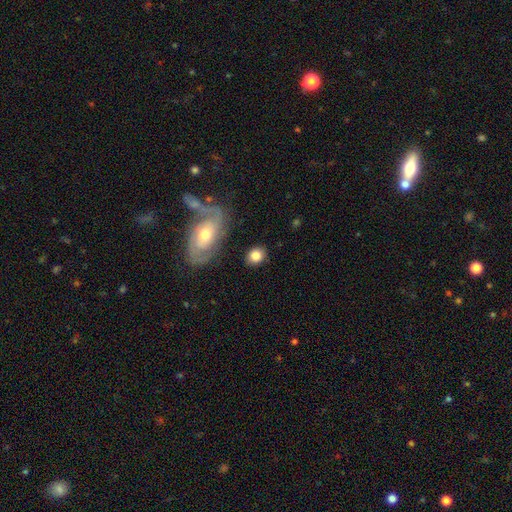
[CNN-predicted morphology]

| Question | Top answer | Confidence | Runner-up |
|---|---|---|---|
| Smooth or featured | smooth | 78% | featured or disk (14%) |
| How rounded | round | 52% | in between (46%) |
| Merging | none | 81% | minor disturbance (11%) |